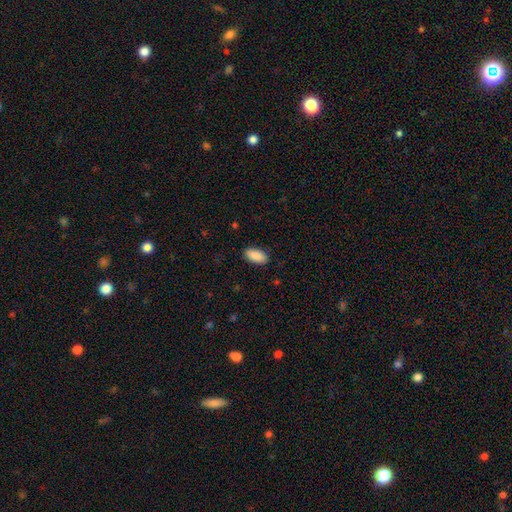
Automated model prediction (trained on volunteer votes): Q: Smooth or featured?
A: smooth (90%); runner-up: star or artifact (7%)
Q: How rounded?
A: in between (93%); runner-up: cigar-shaped (4%)
Q: Merging?
A: none (88%); runner-up: minor disturbance (9%)